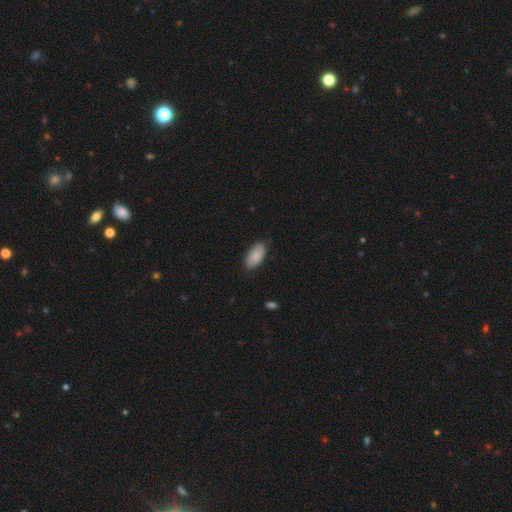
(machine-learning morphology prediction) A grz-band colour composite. It shows a smooth galaxy with no disk features (87%) that is in between round and cigar-shaped (94%). Merging: none (82%).